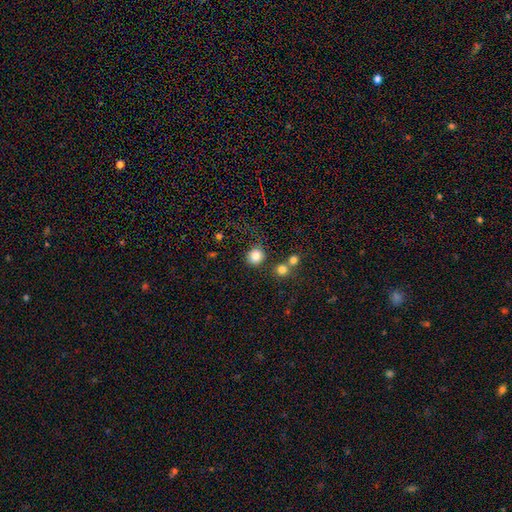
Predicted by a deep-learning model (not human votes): A smooth galaxy with no disk features (83%) that is round (86%).

Vote fractions:
- Smooth or featured? smooth: 83% / star or artifact: 11% / featured or disk: 6%
- How rounded? round: 86% / in between: 13% / cigar-shaped: 1%
- Merging? none: 71% / merger: 12% / minor disturbance: 11% / major disturbance: 6%